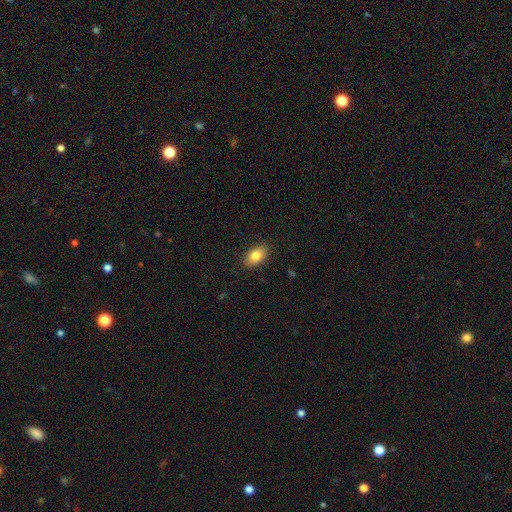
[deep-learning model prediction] Smooth or featured? Predicted: smooth (p=0.81). How rounded? Predicted: in between (p=0.90). Merging? Predicted: none (p=0.88).